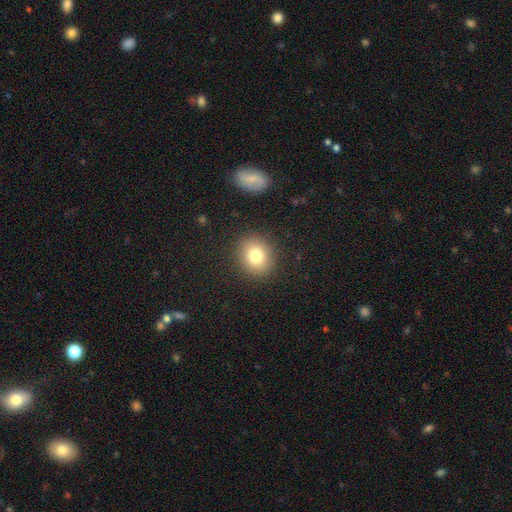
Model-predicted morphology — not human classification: Smooth or featured? smooth (79%)
How rounded? round (75%)
Merging? none (89%)